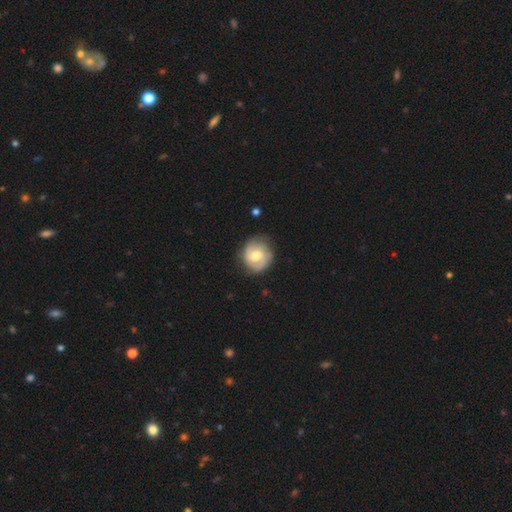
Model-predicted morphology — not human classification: Smooth or featured? featured or disk (58%)
Edge-on disk? no (98%)
Bar? no (62%)
Spiral arms? yes (86%)
Bulge size? moderate (69%)
Merging? none (76%)